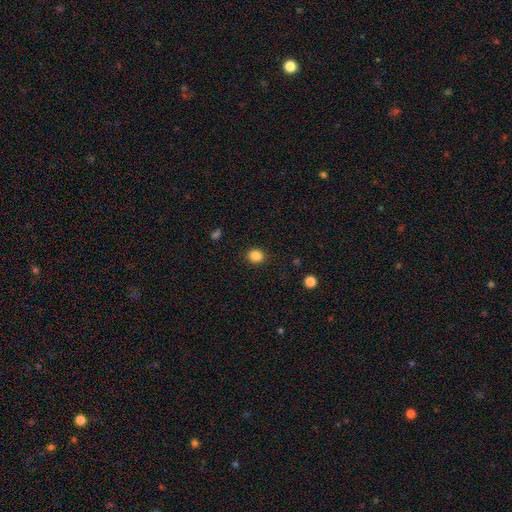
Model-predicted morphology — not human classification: A smooth galaxy with no disk features (86%) that is round (73%).

Vote fractions:
- Smooth or featured? smooth: 86% / star or artifact: 11% / featured or disk: 3%
- How rounded? round: 73% / in between: 26% / cigar-shaped: 1%
- Merging? none: 89% / minor disturbance: 7% / major disturbance: 2% / merger: 1%